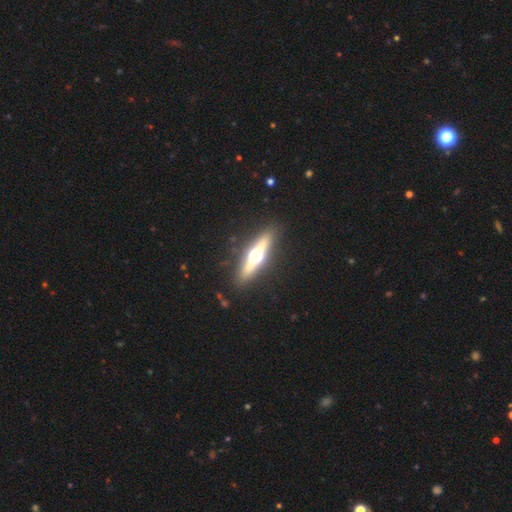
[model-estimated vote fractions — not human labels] Morphology: type=featured or disk (68%); edge-on=yes (94%); edge-on bulge=rounded (96%); merging=none (89%).